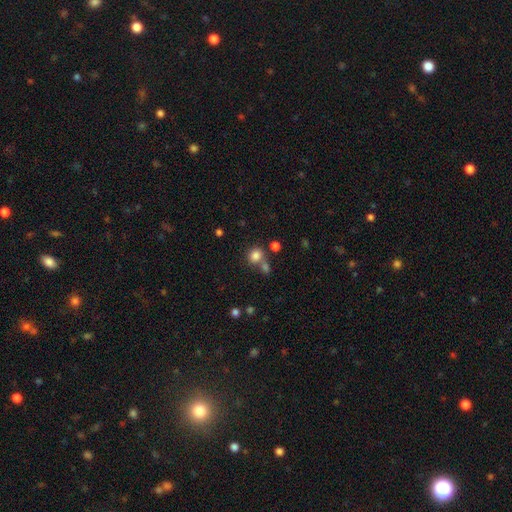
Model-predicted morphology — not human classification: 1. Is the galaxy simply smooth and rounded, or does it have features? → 81% smooth, 12% star or artifact, 6% featured or disk.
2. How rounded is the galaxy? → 82% round, 17% in between, 1% cigar-shaped.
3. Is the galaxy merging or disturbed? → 60% none, 26% merger, 10% minor disturbance, 4% major disturbance.